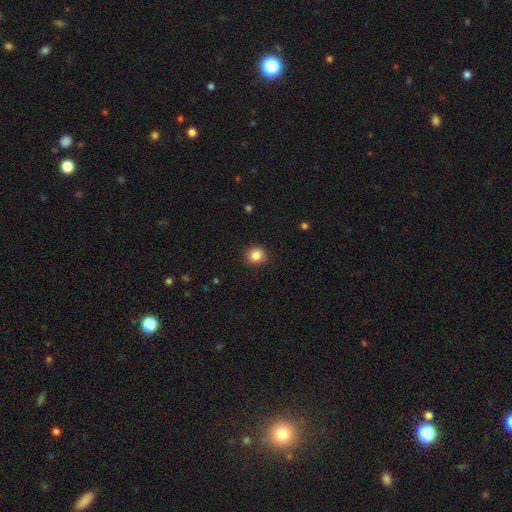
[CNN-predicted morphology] smooth 85%, star or artifact 10%, featured or disk 5%. Down the decision tree: how rounded — round (86%); merging — none (89%).